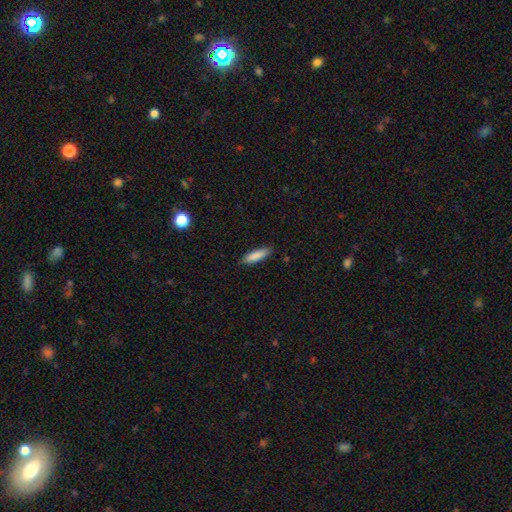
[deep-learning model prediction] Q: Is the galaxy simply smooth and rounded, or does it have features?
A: smooth — 86%.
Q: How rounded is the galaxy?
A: cigar-shaped — 68%.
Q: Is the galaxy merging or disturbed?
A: none — 86%.